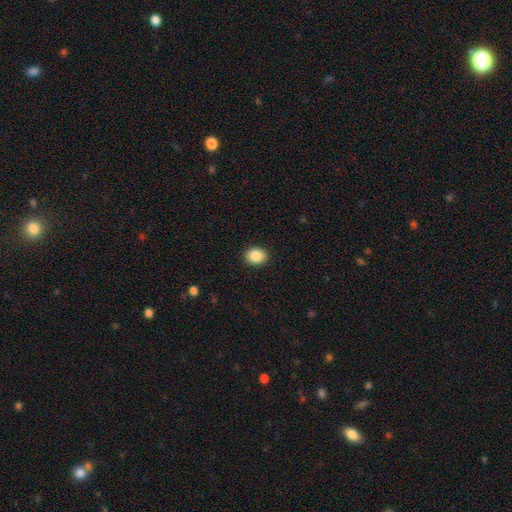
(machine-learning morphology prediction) type=smooth (88%); roundness=round (50%); merging=none (90%).